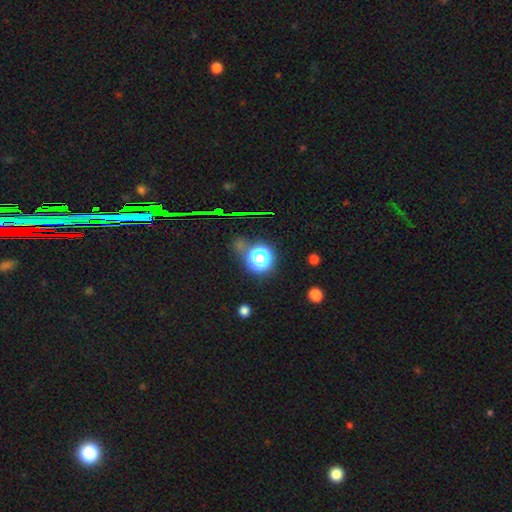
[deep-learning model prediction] Q: Smooth or featured?
A: star or artifact (69%); runner-up: smooth (23%)